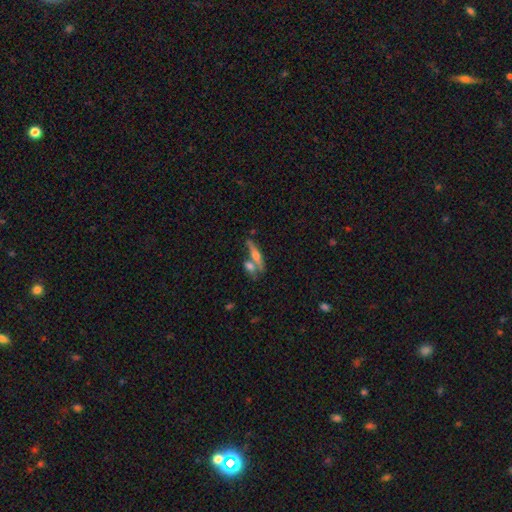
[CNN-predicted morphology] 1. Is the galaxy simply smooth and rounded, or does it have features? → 48% featured or disk, 43% smooth, 9% star or artifact.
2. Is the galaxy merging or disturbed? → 48% none, 35% merger, 11% minor disturbance, 5% major disturbance.